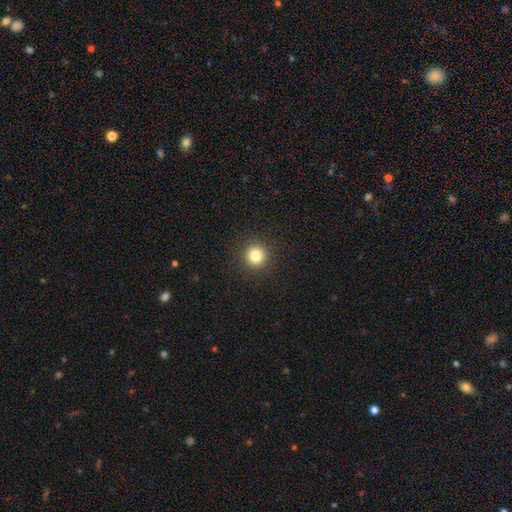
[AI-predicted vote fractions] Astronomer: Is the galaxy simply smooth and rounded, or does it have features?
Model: smooth — 82%.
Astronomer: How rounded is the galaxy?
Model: round — 95%.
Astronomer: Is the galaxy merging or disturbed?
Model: none — 92%.